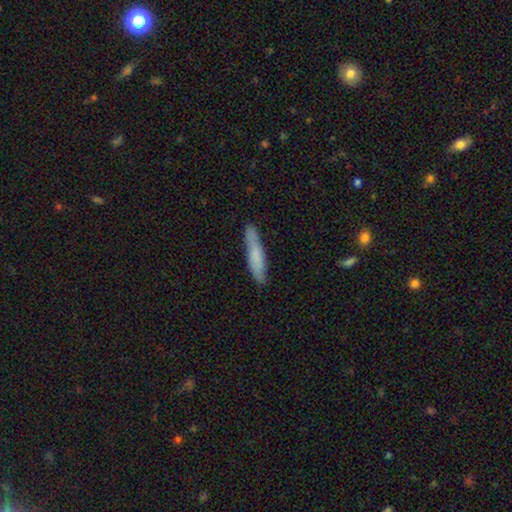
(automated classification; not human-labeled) Smooth or featured?
  - smooth: 70% *
  - featured or disk: 24%
  - star or artifact: 6%
How rounded?
  - cigar-shaped: 89% *
  - in between: 10%
  - round: 1%
Merging?
  - none: 81% *
  - minor disturbance: 14%
  - major disturbance: 2%
  - merger: 2%